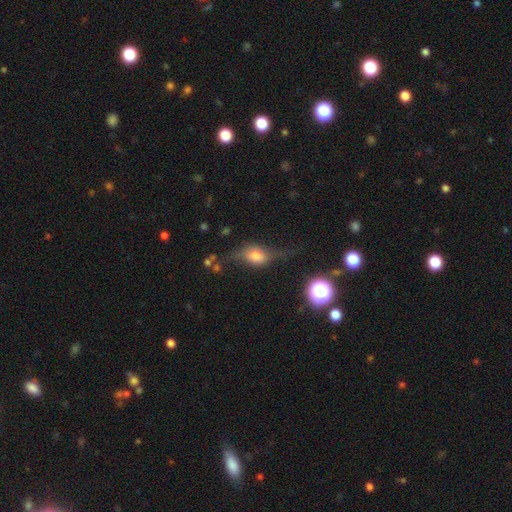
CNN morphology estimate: This appears to be a smooth galaxy with no disk features (50%). Merging: none (46%).